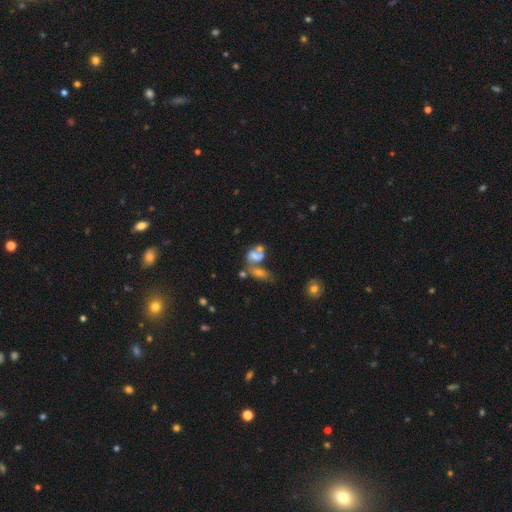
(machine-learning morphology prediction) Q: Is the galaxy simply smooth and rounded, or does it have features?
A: smooth — 50%.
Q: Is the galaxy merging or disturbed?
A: merger — 56%.